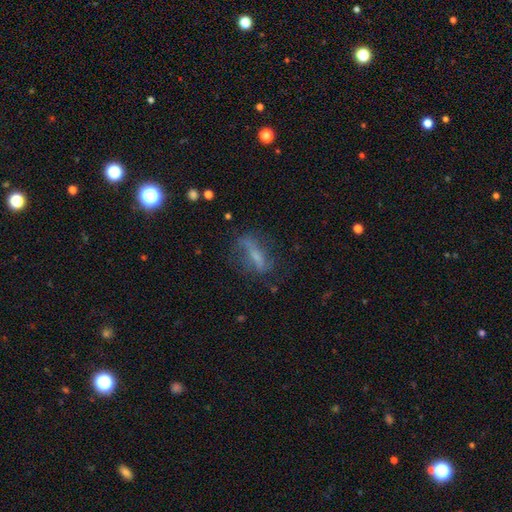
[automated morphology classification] smooth_or_featured: featured or disk (p=0.52) [alt: smooth p=0.36]
disk_edge_on: no (p=0.72) [alt: yes p=0.28]
merging: none (p=0.56) [alt: minor disturbance p=0.23]